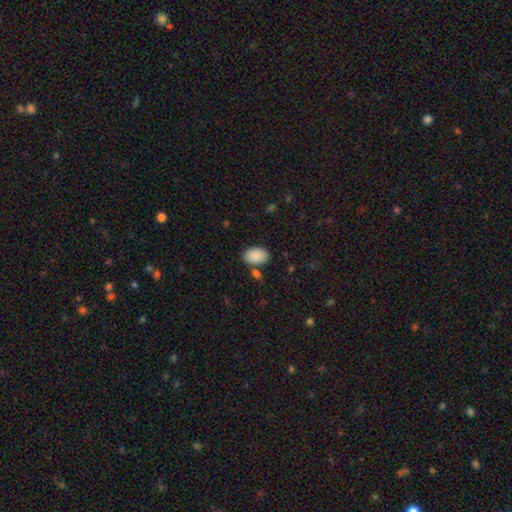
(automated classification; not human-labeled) Smooth or featured?
  - smooth: 90% *
  - star or artifact: 7%
  - featured or disk: 4%
How rounded?
  - in between: 90% *
  - round: 8%
  - cigar-shaped: 1%
Merging?
  - none: 77% *
  - minor disturbance: 11%
  - merger: 8%
  - major disturbance: 3%